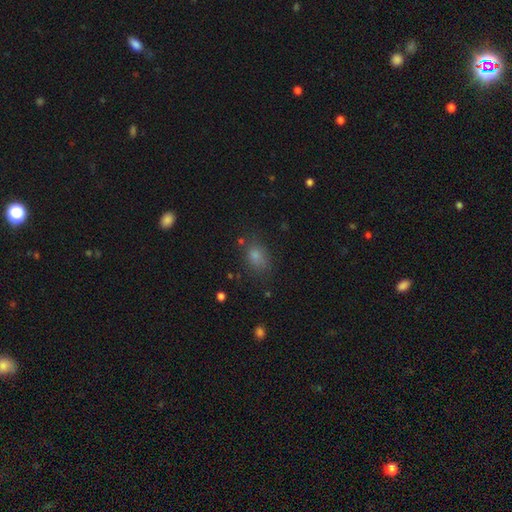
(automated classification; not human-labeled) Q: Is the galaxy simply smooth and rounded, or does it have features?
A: smooth — 72%.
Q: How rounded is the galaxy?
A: in between — 61%.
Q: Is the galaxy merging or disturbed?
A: none — 78%.